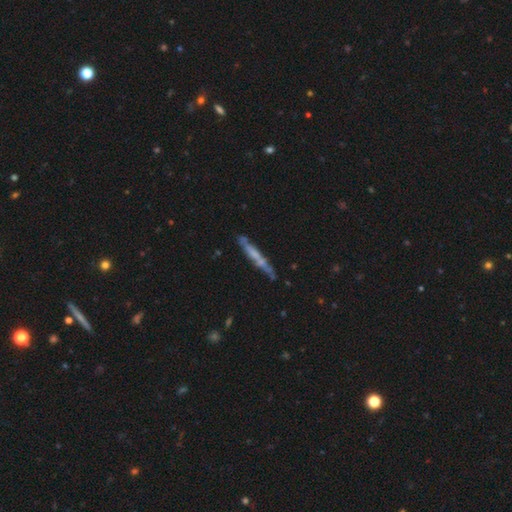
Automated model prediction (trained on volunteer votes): smooth-or-featured: featured or disk: 54% | smooth: 38% | star or artifact: 8%
  disk-edge-on: yes: 83% | no: 17%
  merging: none: 72% | minor disturbance: 19% | major disturbance: 5% | merger: 4%